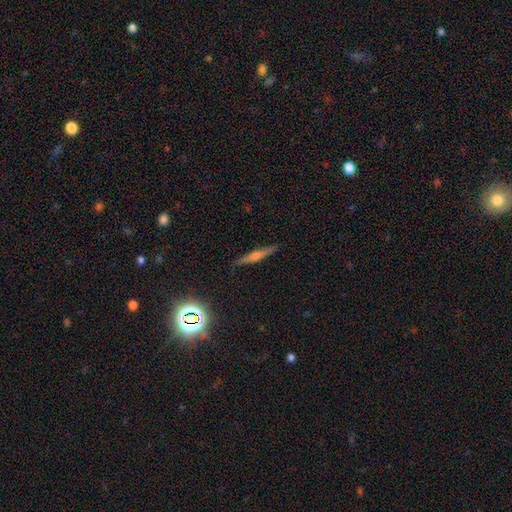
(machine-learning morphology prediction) Smooth or featured? Predicted: featured or disk (p=0.63). Edge-on disk? Predicted: yes (p=0.97). Edge-on bulge? Predicted: rounded (p=0.83). Merging? Predicted: none (p=0.90).